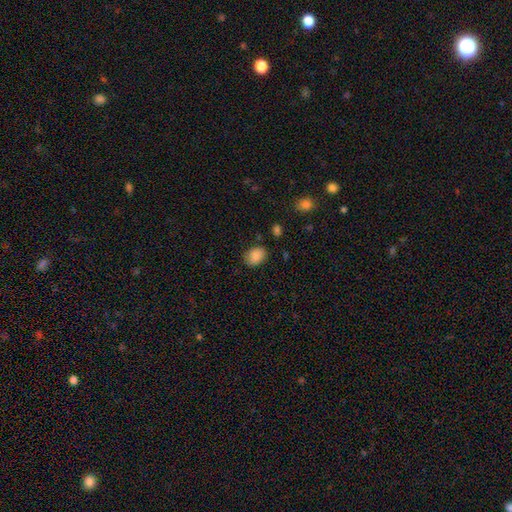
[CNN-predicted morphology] smooth_or_featured: smooth (p=0.87) [alt: star or artifact p=0.08]
how_rounded: in between (p=0.65) [alt: round p=0.34]
merging: none (p=0.75) [alt: minor disturbance p=0.19]